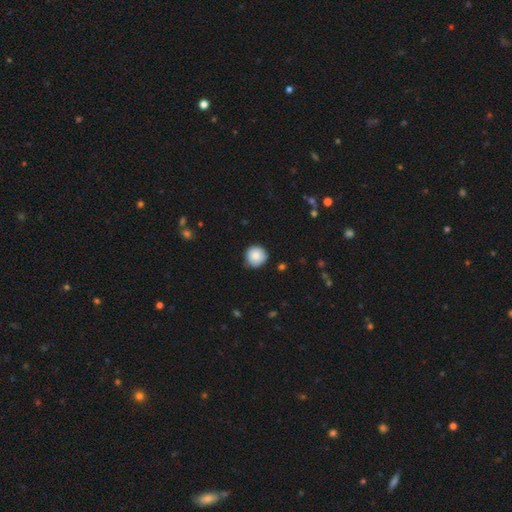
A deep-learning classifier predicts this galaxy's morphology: Smooth or featured? Predicted: smooth (p=0.86). How rounded? Predicted: round (p=0.94). Merging? Predicted: none (p=0.80).